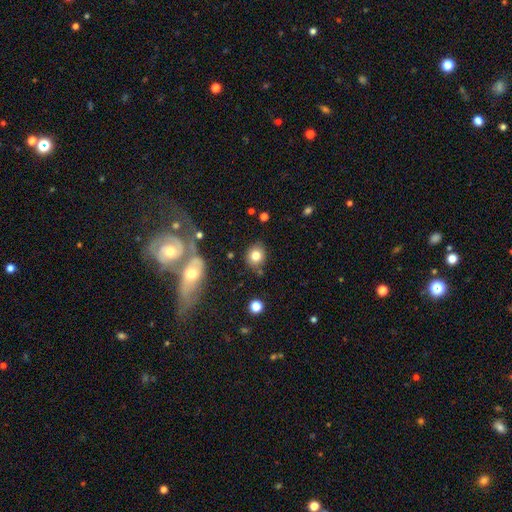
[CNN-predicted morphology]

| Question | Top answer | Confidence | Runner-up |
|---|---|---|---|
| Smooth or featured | smooth | 80% | star or artifact (10%) |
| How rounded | round | 71% | in between (28%) |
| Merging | none | 77% | minor disturbance (13%) |